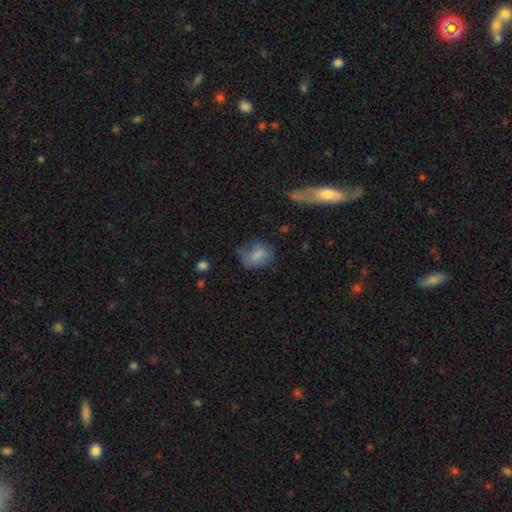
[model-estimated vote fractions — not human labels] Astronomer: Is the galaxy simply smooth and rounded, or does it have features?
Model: smooth — 75%.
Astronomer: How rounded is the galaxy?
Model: in between — 60% (runner-up: round, 39%).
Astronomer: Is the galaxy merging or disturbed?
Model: none — 51% (runner-up: minor disturbance, 31%).